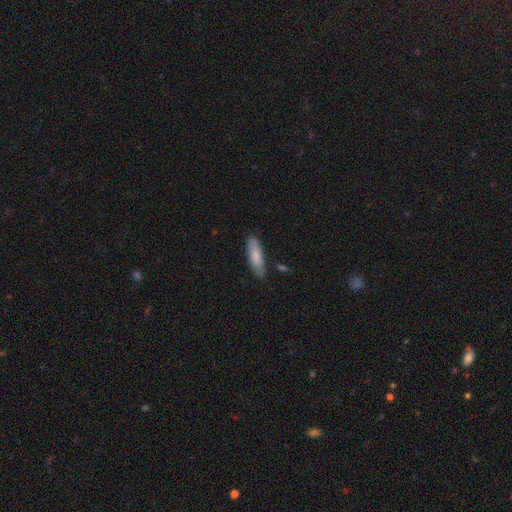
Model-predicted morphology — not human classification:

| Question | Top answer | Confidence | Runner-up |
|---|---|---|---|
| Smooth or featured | smooth | 82% | featured or disk (13%) |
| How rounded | cigar-shaped | 57% | in between (42%) |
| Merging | none | 76% | minor disturbance (19%) |